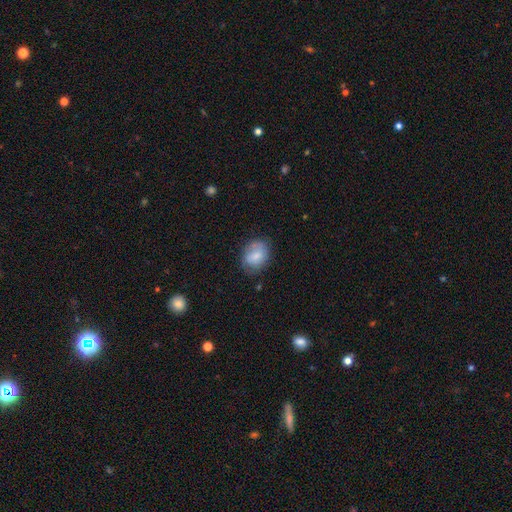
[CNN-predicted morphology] This appears to be a smooth galaxy with no disk features (72%) that is in between round and cigar-shaped (61%). Merging: none (67%).